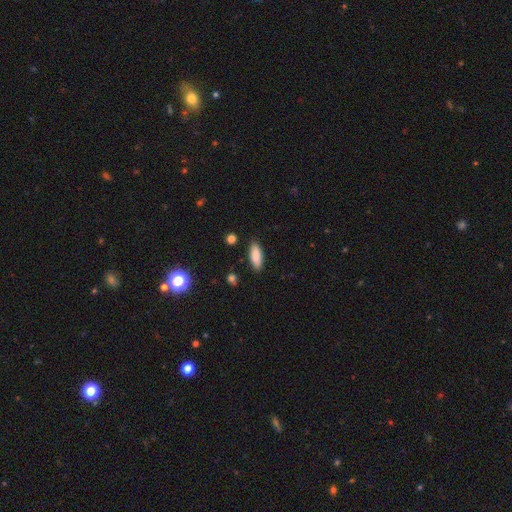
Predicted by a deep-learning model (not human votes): This appears to be a smooth galaxy with no disk features (86%) that is in between round and cigar-shaped (70%). Merging: none (87%).